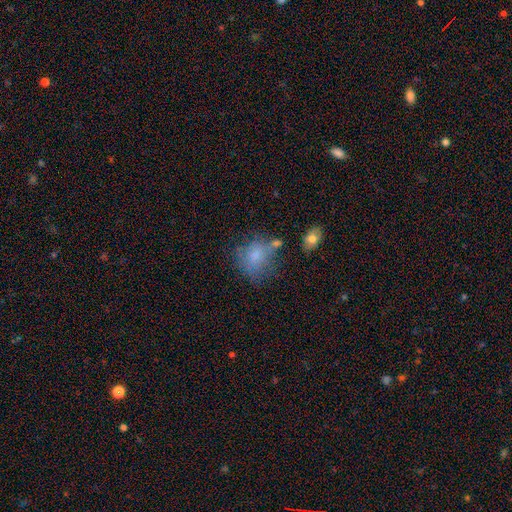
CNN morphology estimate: Overall: smooth (68%). How rounded: round (55%; in between 44%). Merging: none (45%; minor disturbance 26%).